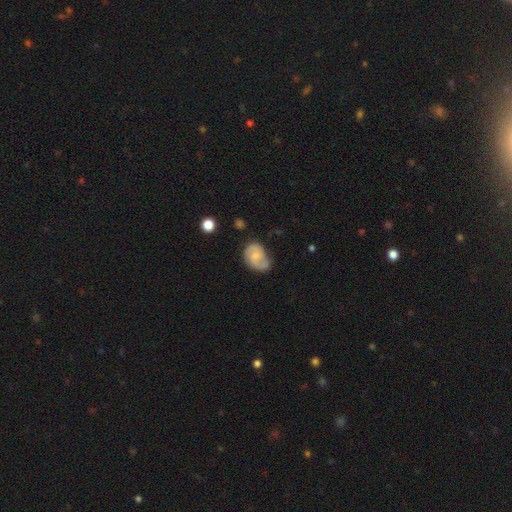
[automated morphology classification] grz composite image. It shows a featured or disk galaxy (66%) with no bar (57%), 2 (76%) medium (47%) spiral arms (92%) and a small central bulge (46%). Merging: none (52%).